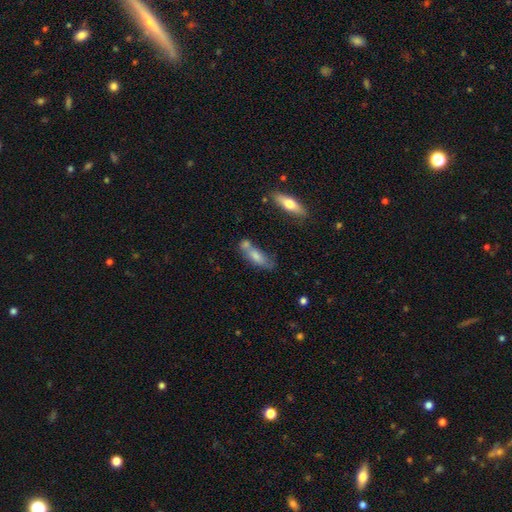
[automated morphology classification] This appears to be a smooth galaxy with no disk features (69%) that is in between round and cigar-shaped (55%). Merging: none (42%).